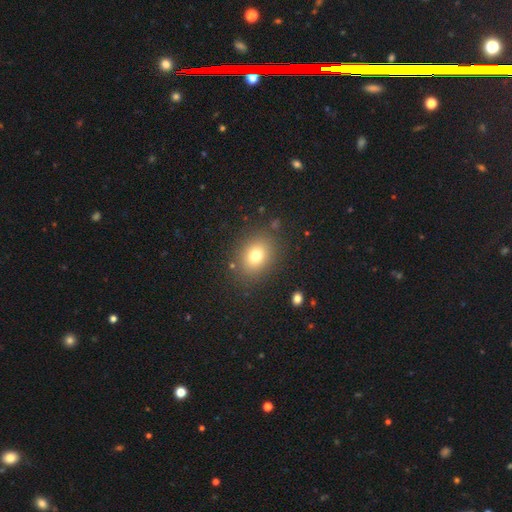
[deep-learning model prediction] Morphology: type=smooth (75%); roundness=round (50%); merging=none (85%).